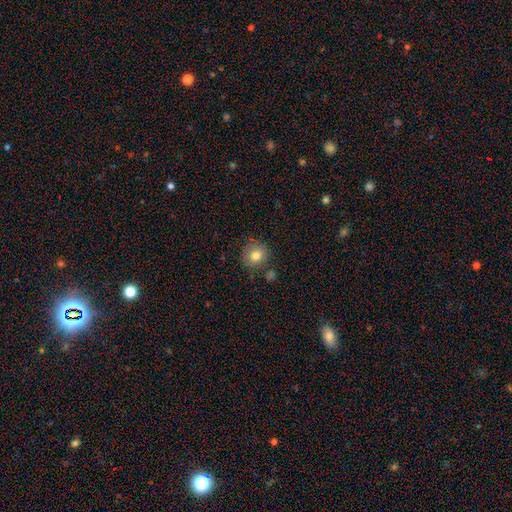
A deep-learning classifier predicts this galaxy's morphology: This appears to be a smooth galaxy with no disk features (80%) that is round (84%). Merging: none (81%).